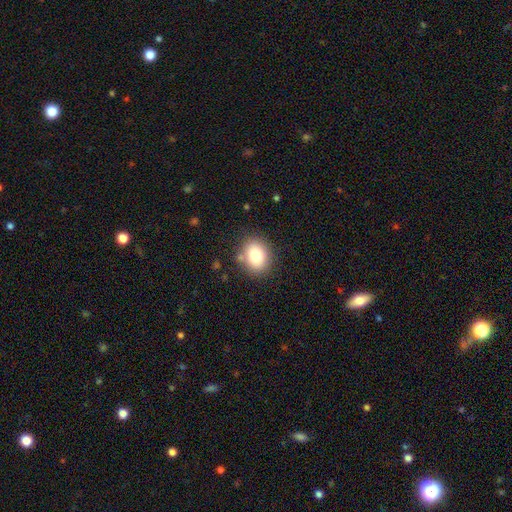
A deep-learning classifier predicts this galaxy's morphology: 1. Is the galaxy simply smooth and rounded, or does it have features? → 79% smooth, 10% star or artifact, 10% featured or disk.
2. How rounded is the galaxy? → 57% round, 42% in between, 1% cigar-shaped.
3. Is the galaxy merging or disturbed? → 82% none, 11% minor disturbance, 3% merger, 3% major disturbance.